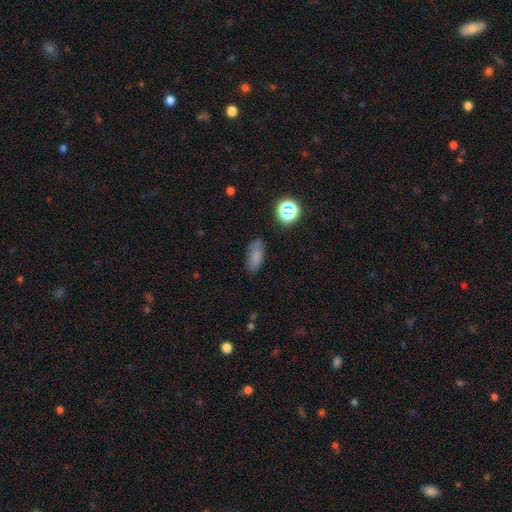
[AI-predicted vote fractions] Morphology: type=smooth (72%); roundness=in between (86%); merging=none (73%).